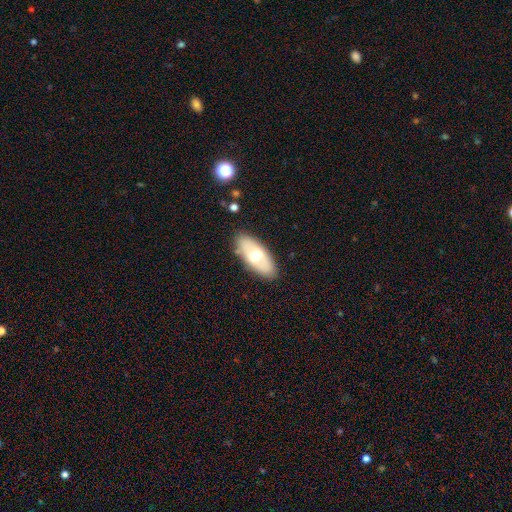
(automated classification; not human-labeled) This is possibly a smooth galaxy (60%). How rounded: clearly in between (87%). Merging: clearly none (85%).